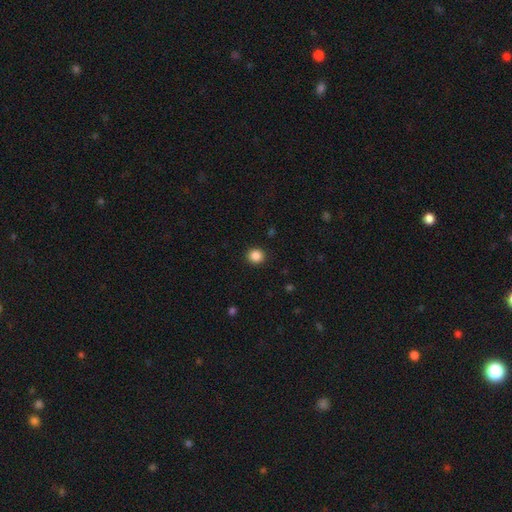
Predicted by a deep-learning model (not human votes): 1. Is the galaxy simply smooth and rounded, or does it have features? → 87% smooth, 10% star or artifact, 3% featured or disk.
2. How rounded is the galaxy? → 89% round, 10% in between, 1% cigar-shaped.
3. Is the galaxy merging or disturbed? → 92% none, 5% minor disturbance, 2% major disturbance, 1% merger.